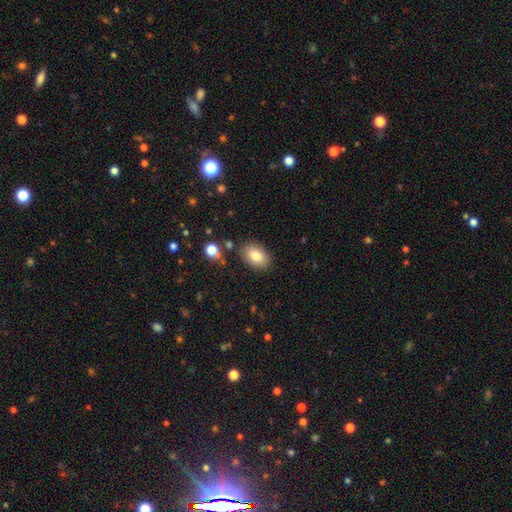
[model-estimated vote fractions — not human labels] Smooth or featured?
  - smooth: 82% *
  - featured or disk: 10%
  - star or artifact: 8%
How rounded?
  - in between: 88% *
  - round: 11%
  - cigar-shaped: 1%
Merging?
  - none: 83% *
  - minor disturbance: 11%
  - merger: 3%
  - major disturbance: 3%